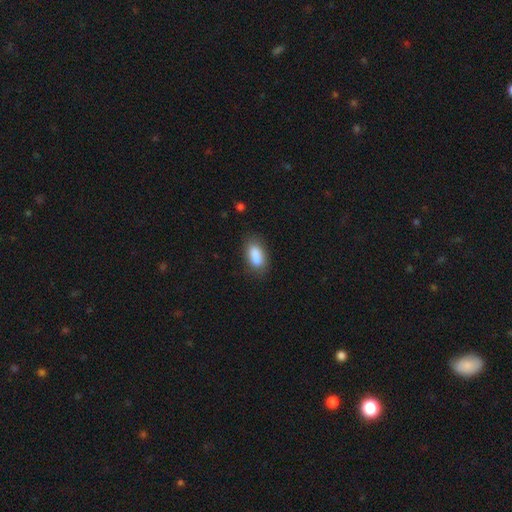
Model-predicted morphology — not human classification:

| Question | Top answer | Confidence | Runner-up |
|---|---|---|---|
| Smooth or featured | smooth | 86% | star or artifact (8%) |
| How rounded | in between | 90% | cigar-shaped (6%) |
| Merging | none | 75% | minor disturbance (18%) |